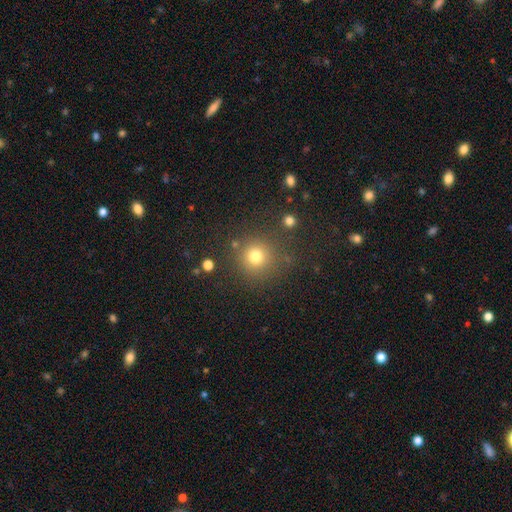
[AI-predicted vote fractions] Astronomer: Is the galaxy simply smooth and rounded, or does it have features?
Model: smooth — 78%.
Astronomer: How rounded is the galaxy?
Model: round — 94%.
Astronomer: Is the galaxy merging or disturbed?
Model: none — 82%.